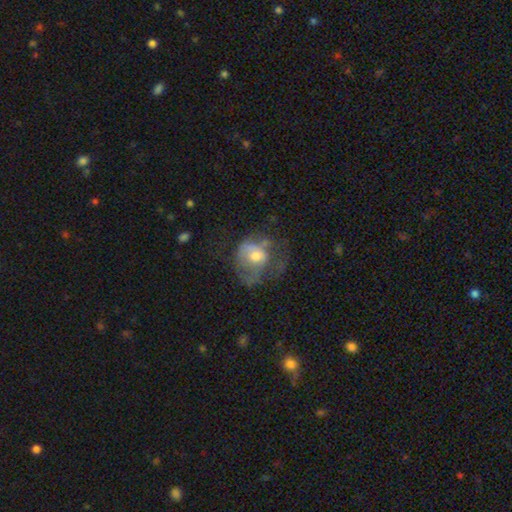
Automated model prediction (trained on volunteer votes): smooth_or_featured: smooth (p=0.46) [alt: featured or disk p=0.45]
merging: major disturbance (p=0.48) [alt: none p=0.25]